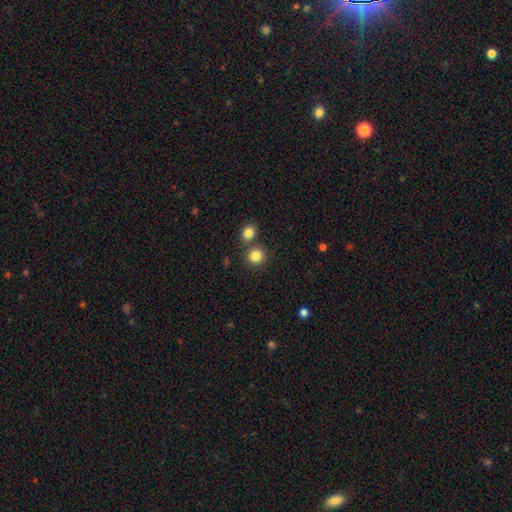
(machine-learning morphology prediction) Smooth or featured?
  - smooth: 84% *
  - star or artifact: 11%
  - featured or disk: 5%
How rounded?
  - round: 89% *
  - in between: 10%
  - cigar-shaped: 1%
Merging?
  - none: 71% *
  - merger: 19%
  - minor disturbance: 7%
  - major disturbance: 3%